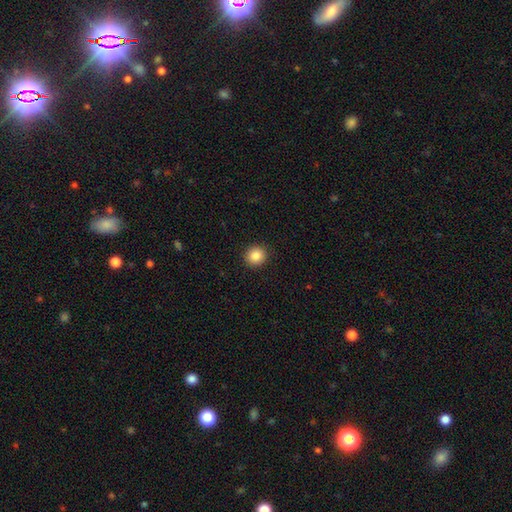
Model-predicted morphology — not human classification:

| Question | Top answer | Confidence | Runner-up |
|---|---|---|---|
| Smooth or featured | smooth | 85% | star or artifact (10%) |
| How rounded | round | 90% | in between (9%) |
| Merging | none | 92% | minor disturbance (5%) |